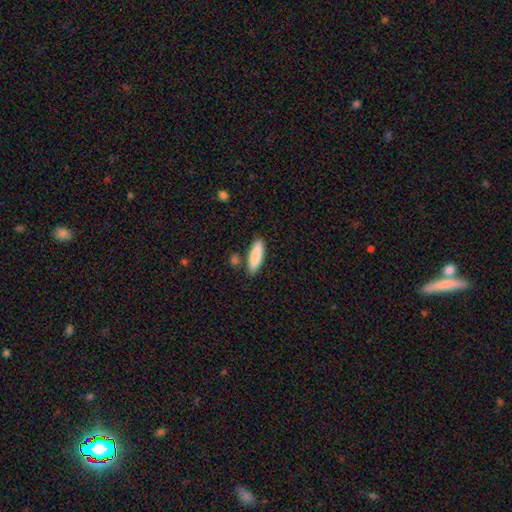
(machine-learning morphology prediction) Smooth or featured: smooth — 87% (featured or disk — 8%)
How rounded: cigar-shaped — 55% (in between — 43%)
Merging: none — 82% (minor disturbance — 11%)